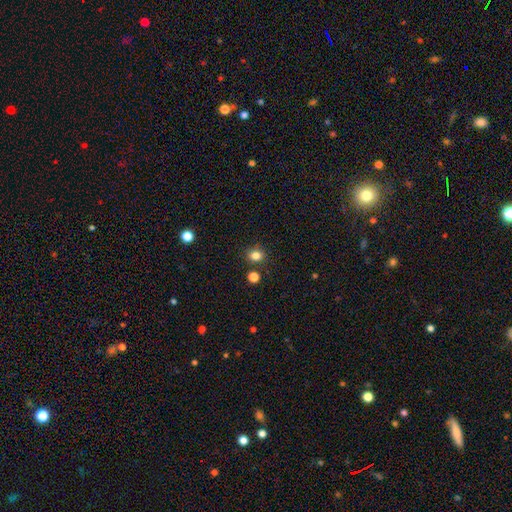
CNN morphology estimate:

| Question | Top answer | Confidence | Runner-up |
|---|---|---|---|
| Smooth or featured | smooth | 82% | star or artifact (13%) |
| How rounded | round | 76% | in between (23%) |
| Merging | none | 85% | minor disturbance (8%) |